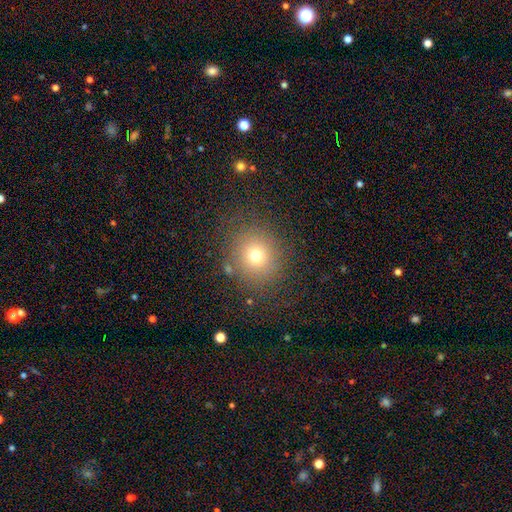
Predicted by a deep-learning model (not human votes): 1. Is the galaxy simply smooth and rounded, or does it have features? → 70% smooth, 17% star or artifact, 12% featured or disk.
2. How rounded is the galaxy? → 86% round, 14% in between, 1% cigar-shaped.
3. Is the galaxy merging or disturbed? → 81% none, 11% minor disturbance, 6% major disturbance, 2% merger.